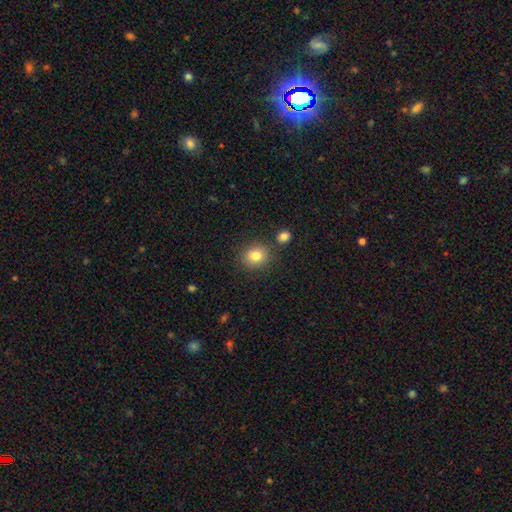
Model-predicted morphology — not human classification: Smooth or featured? smooth (82%)
How rounded? round (81%)
Merging? none (81%)